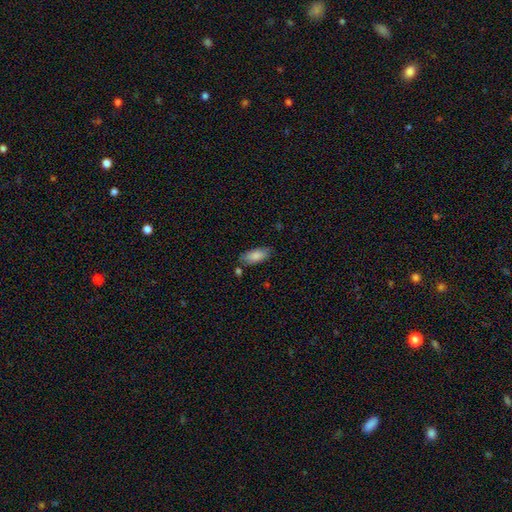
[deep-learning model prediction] A smooth galaxy with no disk features (85%) that is in between round and cigar-shaped (88%). Merging: none (74%).